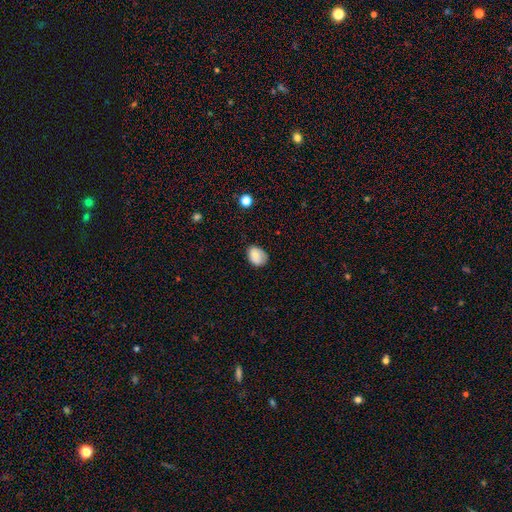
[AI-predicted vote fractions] Smooth or featured? Predicted: smooth (p=0.80). How rounded? Predicted: in between (p=0.68). Merging? Predicted: none (p=0.71).